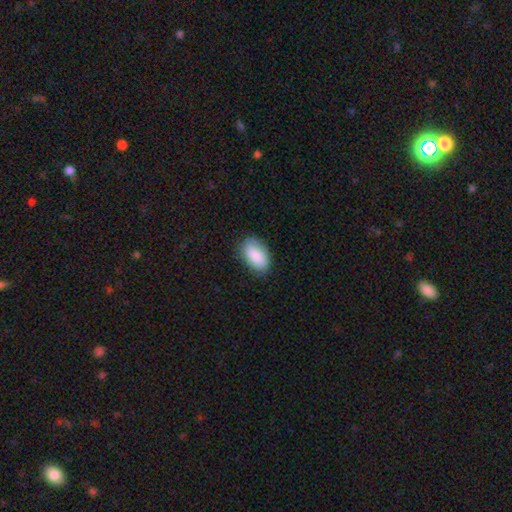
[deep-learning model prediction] Smooth or featured?
  - smooth: 88% *
  - star or artifact: 6%
  - featured or disk: 6%
How rounded?
  - in between: 93% *
  - round: 5%
  - cigar-shaped: 2%
Merging?
  - none: 81% *
  - minor disturbance: 15%
  - major disturbance: 3%
  - merger: 1%